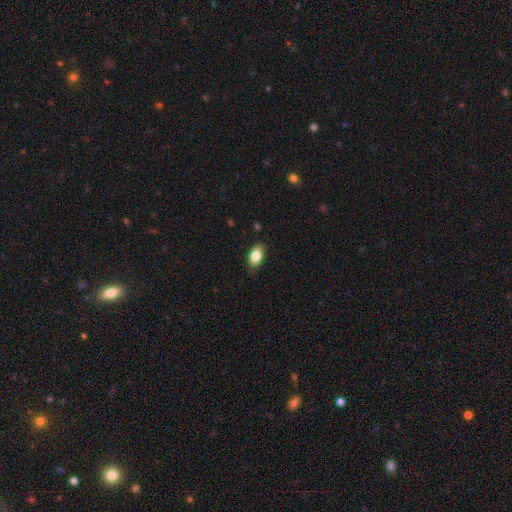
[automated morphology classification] Smooth or featured? smooth (84%)
How rounded? in between (90%)
Merging? none (81%)